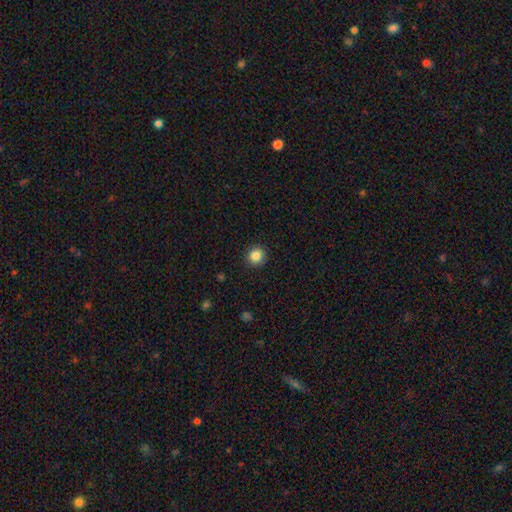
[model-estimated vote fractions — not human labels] smooth-or-featured: smooth: 85% | star or artifact: 10% | featured or disk: 4%
  how-rounded: round: 93% | in between: 6% | cigar-shaped: 1%
  merging: none: 92% | minor disturbance: 6% | major disturbance: 2% | merger: 1%